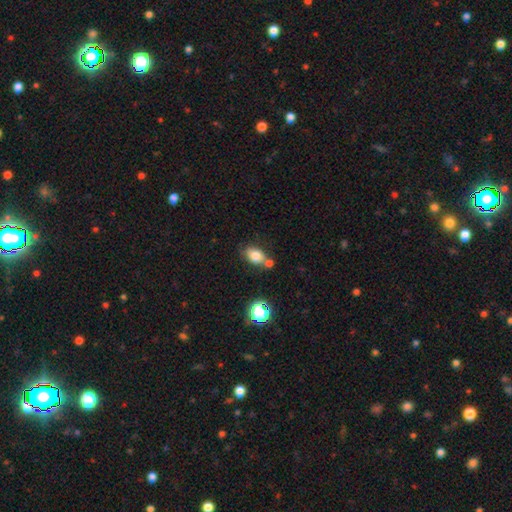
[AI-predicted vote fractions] Smooth or featured? Predicted: smooth (p=0.77). How rounded? Predicted: in between (p=0.78). Merging? Predicted: none (p=0.53).